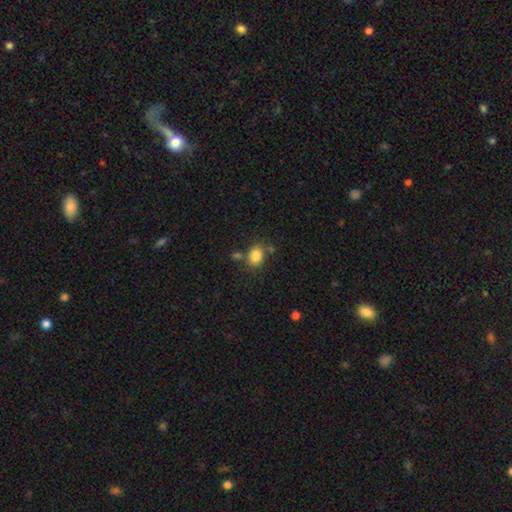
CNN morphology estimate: smooth-or-featured: smooth: 84% | star or artifact: 10% | featured or disk: 7%
  how-rounded: in between: 60% | round: 39% | cigar-shaped: 1%
  merging: none: 67% | minor disturbance: 14% | merger: 13% | major disturbance: 5%